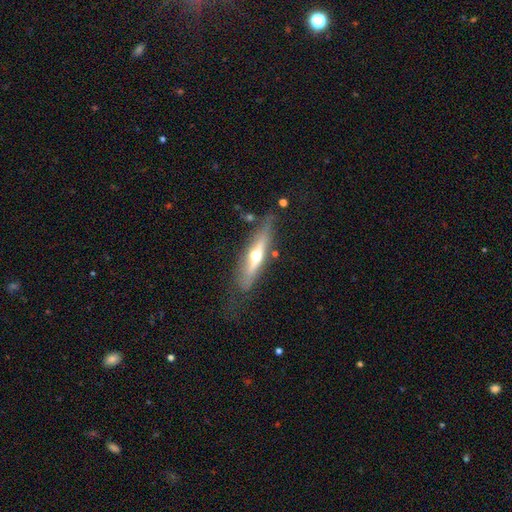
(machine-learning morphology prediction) featured or disk 65%, smooth 29%, star or artifact 6%. Down the decision tree: edge-on disk — yes (86%); edge-on bulge — rounded (91%); merging — none (72%).